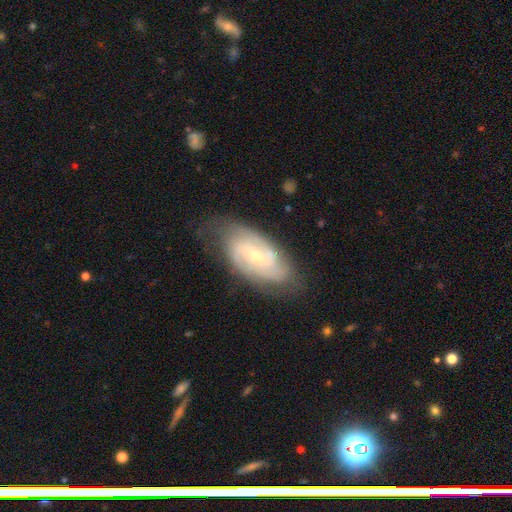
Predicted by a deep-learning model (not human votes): Smooth or featured?
  - featured or disk: 80% *
  - smooth: 14%
  - star or artifact: 6%
Edge-on disk?
  - no: 95% *
  - yes: 5%
Bar?
  - weak: 52% *
  - no: 34%
  - strong: 14%
Spiral arms?
  - yes: 94% *
  - no: 6%
Spiral winding?
  - tight: 46% *
  - medium: 41%
  - loose: 13%
Spiral arm count?
  - 2: 50% *
  - can't tell: 24%
  - 3: 15%
  - 4: 5%
  - 1: 3%
  - more than 4: 3%
Bulge size?
  - small: 50% *
  - moderate: 45%
  - large: 2%
  - none: 2%
  - dominant: 1%
Merging?
  - none: 70% *
  - minor disturbance: 21%
  - major disturbance: 7%
  - merger: 2%